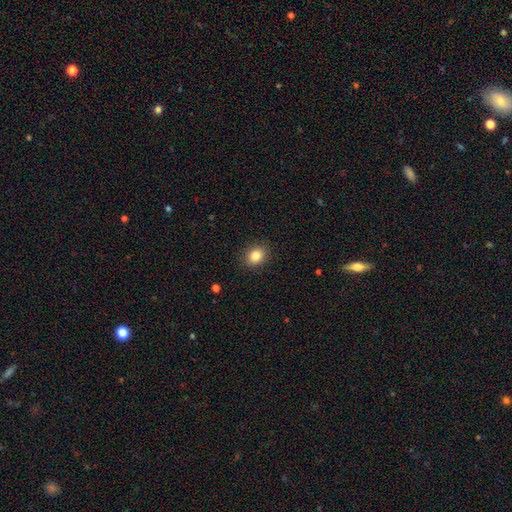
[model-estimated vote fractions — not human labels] The model was most divided on "how rounded": round: 51%, in between: 48%, cigar-shaped: 1%. More confident: merging — none (89%); smooth or featured — smooth (84%).